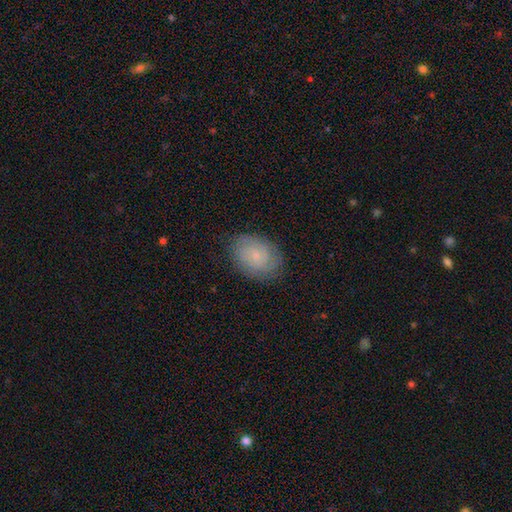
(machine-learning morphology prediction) Overall: smooth (55%; featured or disk 36%). How rounded: in between (74%). Merging: none (81%).